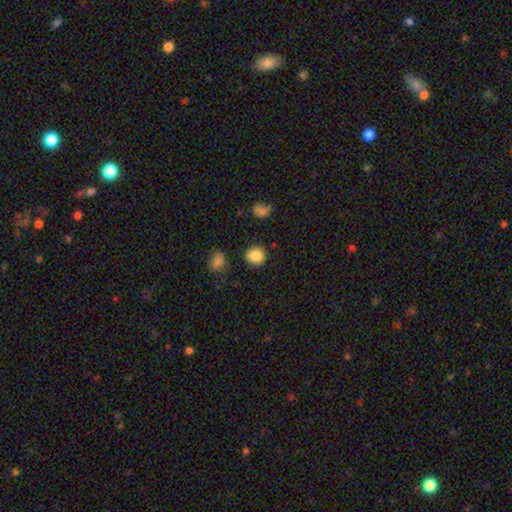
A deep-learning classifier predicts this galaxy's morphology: This is clearly a smooth galaxy (85%). How rounded: clearly round (86%). Merging: clearly none (85%).